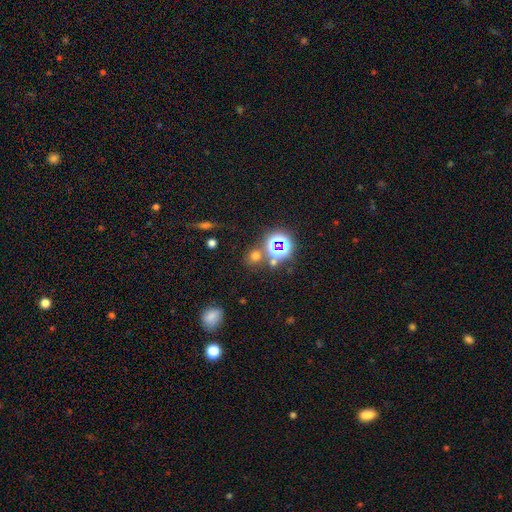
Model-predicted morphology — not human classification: Overall: smooth (56%; star or artifact 37%). How rounded: round (81%). Merging: none (72%).